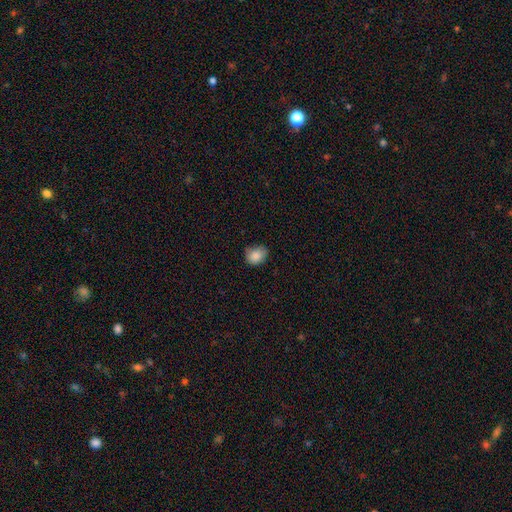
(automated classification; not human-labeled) The model was most divided on "how rounded": round: 52%, in between: 47%, cigar-shaped: 1%. More confident: smooth or featured — smooth (86%); merging — none (64%).